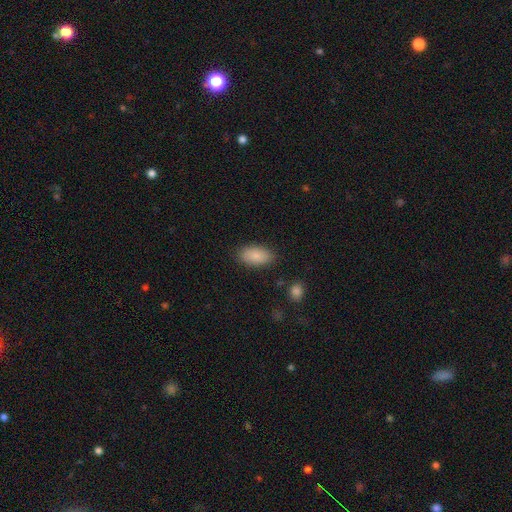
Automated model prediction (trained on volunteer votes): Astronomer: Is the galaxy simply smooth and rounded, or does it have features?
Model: smooth — 85%.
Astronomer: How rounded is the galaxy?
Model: in between — 94%.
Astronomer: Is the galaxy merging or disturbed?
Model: none — 85%.